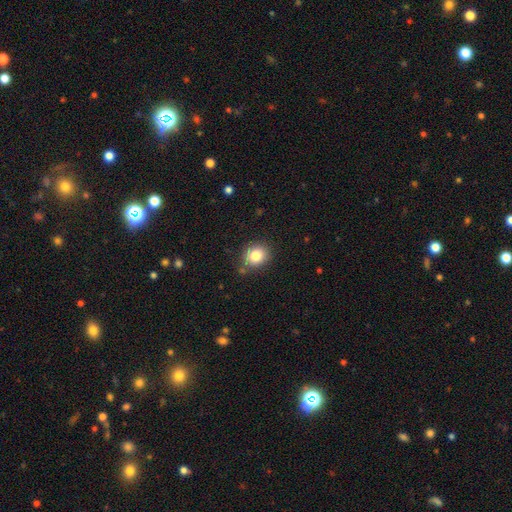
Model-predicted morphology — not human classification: smooth 82%, star or artifact 11%, featured or disk 8%. Down the decision tree: how rounded — round (75%); merging — none (80%).